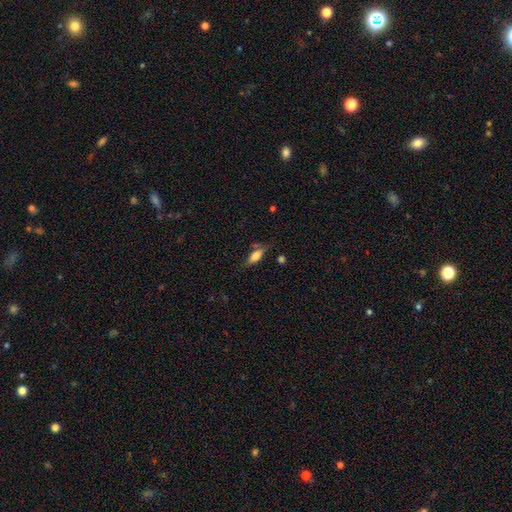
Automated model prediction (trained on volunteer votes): Smooth or featured? smooth (74%)
How rounded? in between (74%)
Merging? none (64%)